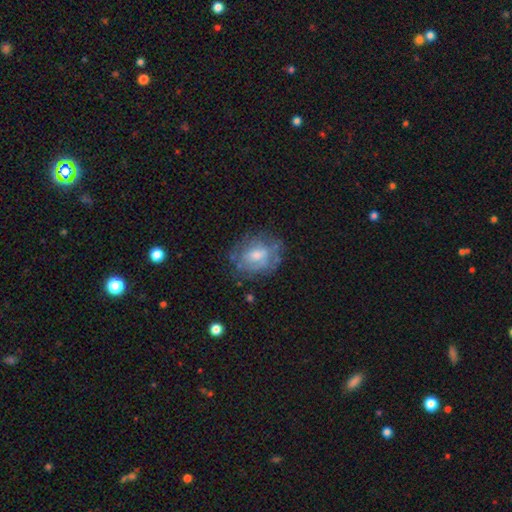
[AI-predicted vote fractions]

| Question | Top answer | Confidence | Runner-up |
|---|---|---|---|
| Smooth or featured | featured or disk | 52% | smooth (39%) |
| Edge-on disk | no | 96% | yes (4%) |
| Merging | none | 63% | minor disturbance (23%) |